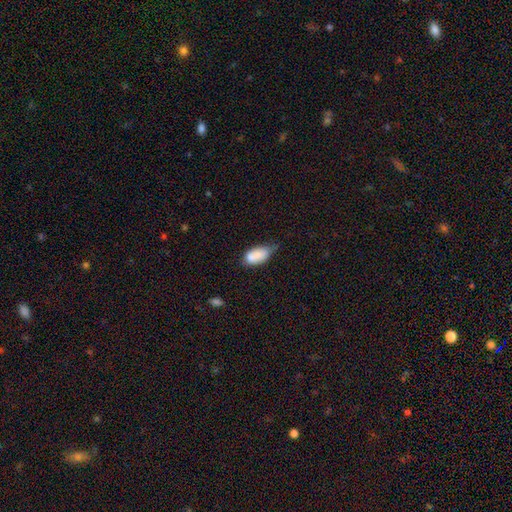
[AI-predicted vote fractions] Q: Smooth or featured?
A: smooth (82%); runner-up: featured or disk (11%)
Q: How rounded?
A: in between (92%); runner-up: cigar-shaped (4%)
Q: Merging?
A: minor disturbance (46%); runner-up: none (35%)